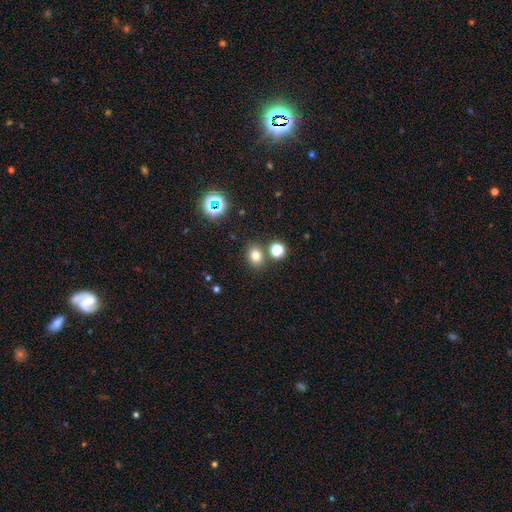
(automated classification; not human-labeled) Smooth or featured? Predicted: smooth (p=0.76). How rounded? Predicted: round (p=0.58). Merging? Predicted: none (p=0.78).